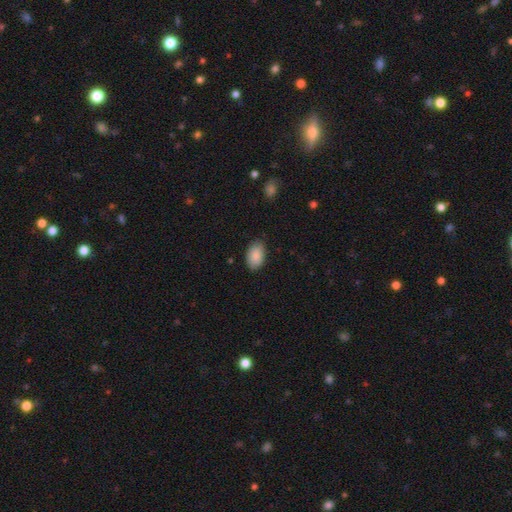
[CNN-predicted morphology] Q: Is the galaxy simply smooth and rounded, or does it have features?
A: smooth — 89%.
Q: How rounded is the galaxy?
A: in between — 92%.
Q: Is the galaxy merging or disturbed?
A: none — 83%.